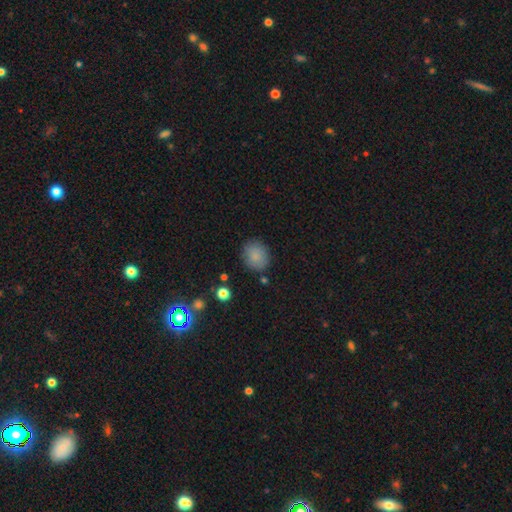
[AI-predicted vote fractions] Smooth or featured: smooth — 85% (star or artifact — 9%)
How rounded: round — 70% (in between — 29%)
Merging: none — 82% (minor disturbance — 12%)